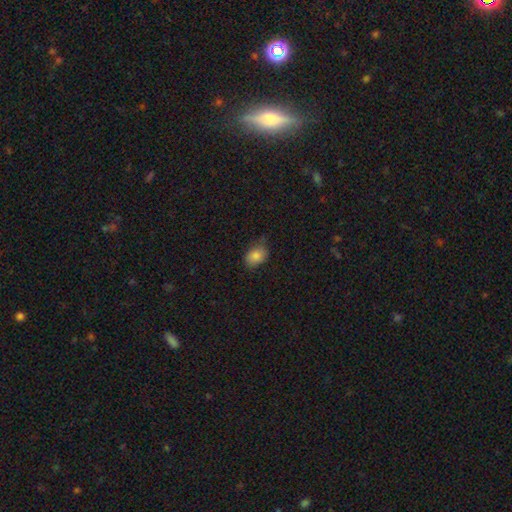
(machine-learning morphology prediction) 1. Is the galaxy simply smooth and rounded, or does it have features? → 85% smooth, 9% star or artifact, 6% featured or disk.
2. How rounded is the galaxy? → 73% in between, 26% round, 1% cigar-shaped.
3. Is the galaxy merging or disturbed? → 68% none, 25% minor disturbance, 5% major disturbance, 2% merger.